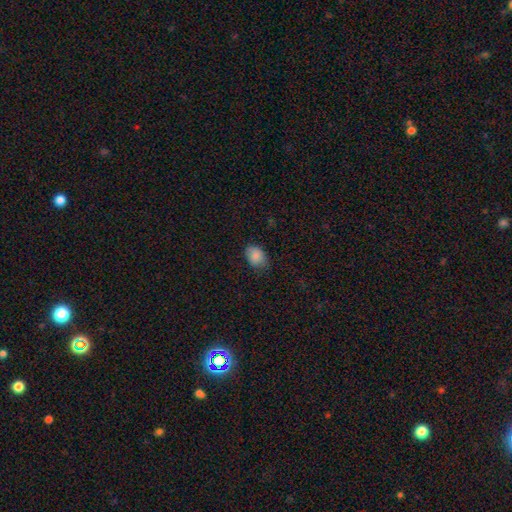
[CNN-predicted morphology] type=smooth (86%); roundness=in between (76%); merging=none (73%).